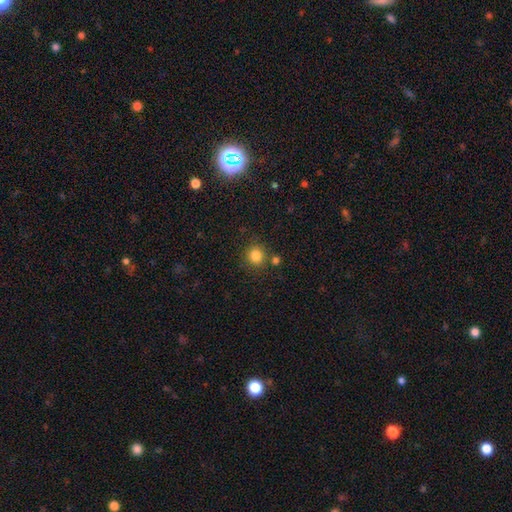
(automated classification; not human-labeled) Smooth or featured? Predicted: smooth (p=0.83). How rounded? Predicted: round (p=0.90). Merging? Predicted: none (p=0.80).